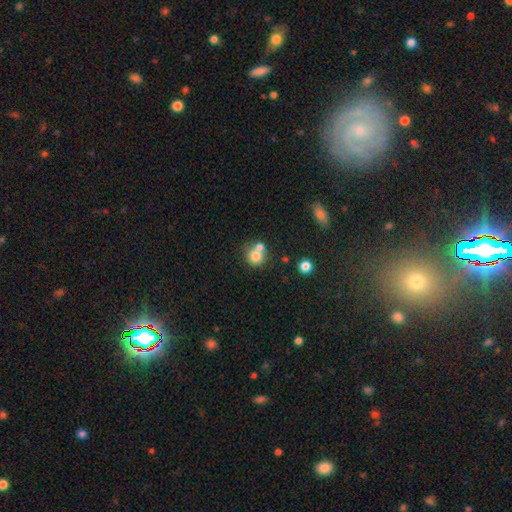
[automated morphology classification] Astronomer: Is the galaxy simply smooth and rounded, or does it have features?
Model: smooth — 77%.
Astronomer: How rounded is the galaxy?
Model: round — 85%.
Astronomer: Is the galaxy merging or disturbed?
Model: none — 45% (runner-up: merger, 43%).